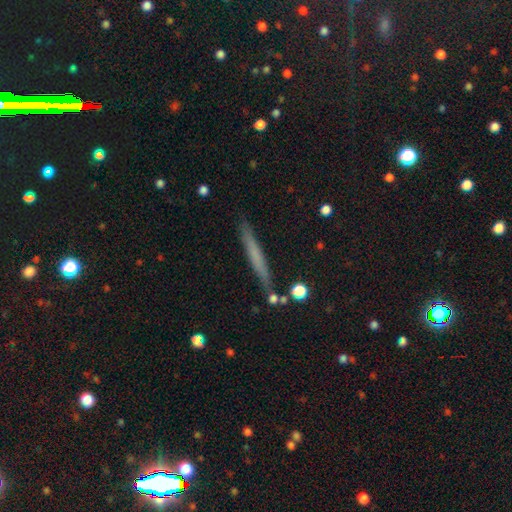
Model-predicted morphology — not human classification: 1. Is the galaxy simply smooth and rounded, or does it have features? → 54% smooth, 38% featured or disk, 8% star or artifact.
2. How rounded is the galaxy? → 96% cigar-shaped, 3% in between, 2% round.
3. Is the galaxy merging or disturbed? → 86% none, 9% minor disturbance, 3% merger, 2% major disturbance.